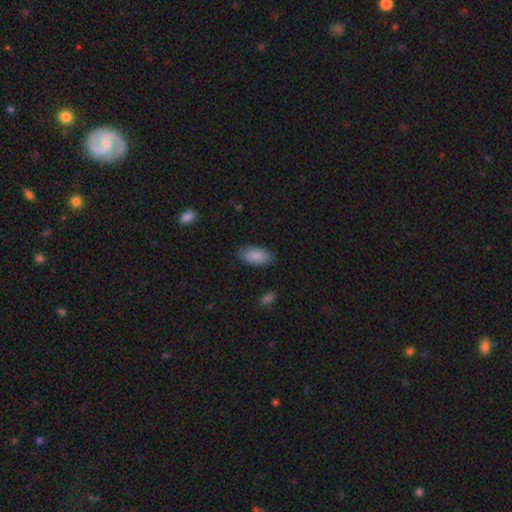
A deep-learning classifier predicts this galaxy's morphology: type=smooth (88%); roundness=in between (92%); merging=none (85%).